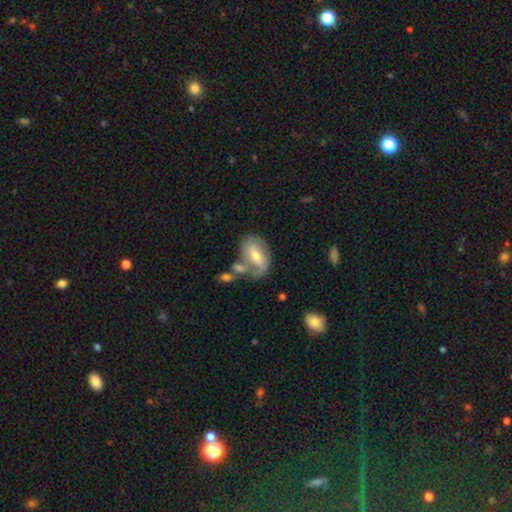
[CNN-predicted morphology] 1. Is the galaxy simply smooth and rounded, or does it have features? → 50% featured or disk, 43% smooth, 7% star or artifact.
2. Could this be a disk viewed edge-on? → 92% no, 8% yes.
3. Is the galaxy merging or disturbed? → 46% none, 26% merger, 19% minor disturbance, 10% major disturbance.